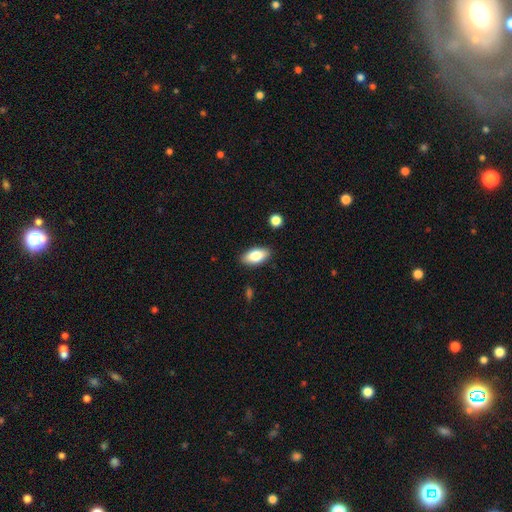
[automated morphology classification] Q: Smooth or featured?
A: smooth (82%); runner-up: featured or disk (12%)
Q: How rounded?
A: in between (91%); runner-up: cigar-shaped (6%)
Q: Merging?
A: none (87%); runner-up: minor disturbance (9%)